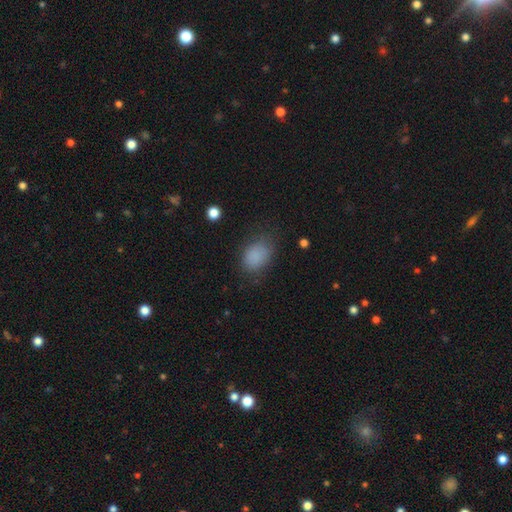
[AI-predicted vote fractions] This is clearly a smooth galaxy (82%). How rounded: likely in between (73%). Merging: likely none (68%).